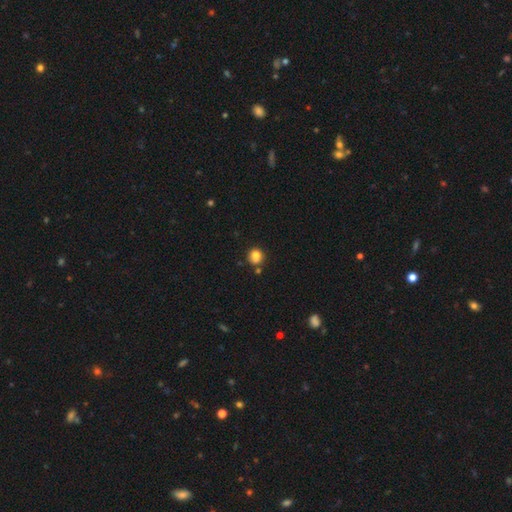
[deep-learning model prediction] Q: Smooth or featured?
A: smooth (83%); runner-up: star or artifact (11%)
Q: How rounded?
A: round (88%); runner-up: in between (11%)
Q: Merging?
A: none (72%); runner-up: minor disturbance (13%)